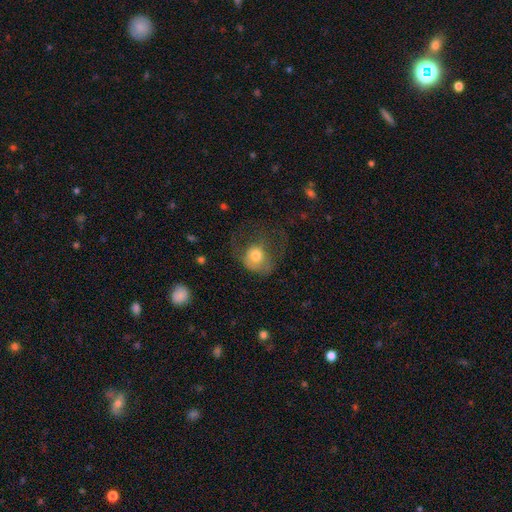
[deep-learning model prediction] Smooth or featured? Predicted: smooth (p=0.66). How rounded? Predicted: round (p=0.66). Merging? Predicted: major disturbance (p=0.50).